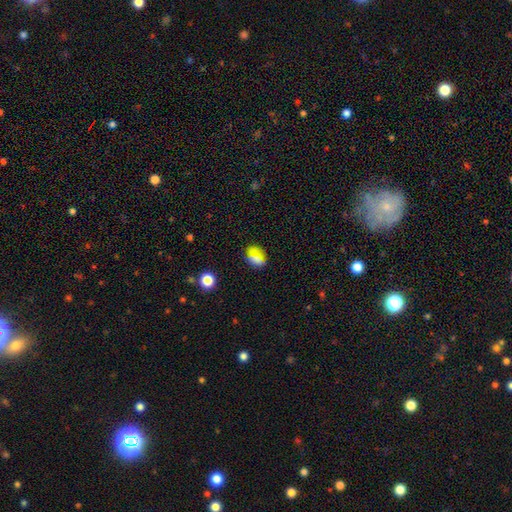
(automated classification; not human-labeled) smooth_or_featured: smooth (p=0.66) [alt: star or artifact p=0.24]
how_rounded: in between (p=0.59) [alt: round p=0.38]
merging: none (p=0.81) [alt: minor disturbance p=0.13]